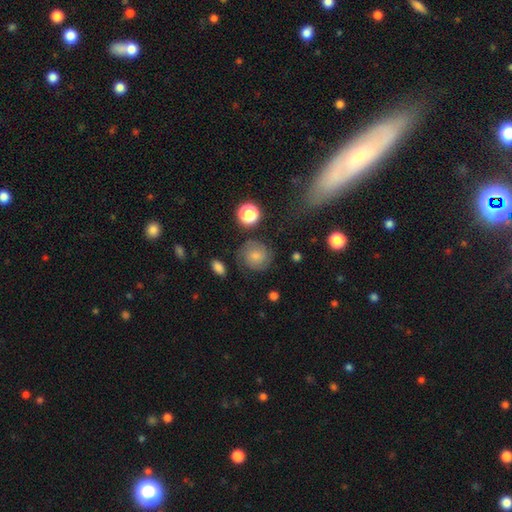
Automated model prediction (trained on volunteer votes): A smooth galaxy with no disk features (51%) that is round (86%). Merging: none (74%).